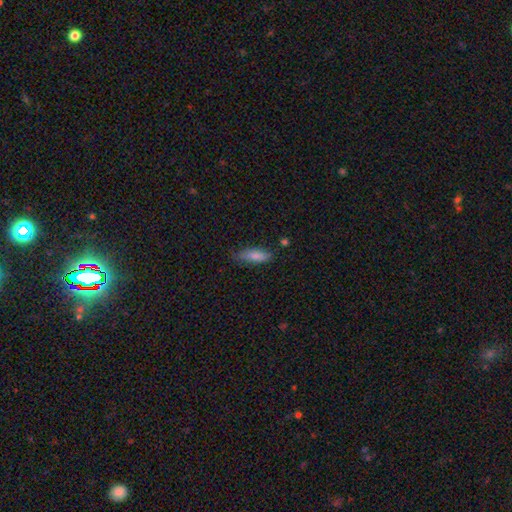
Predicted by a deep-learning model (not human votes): A smooth galaxy with no disk features (82%) that is in between round and cigar-shaped (58%). Merging: none (71%).